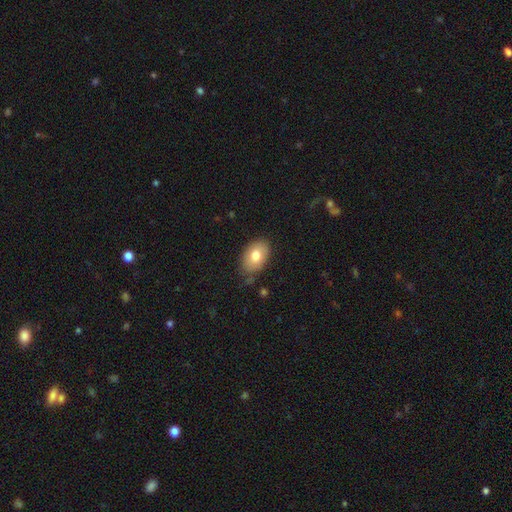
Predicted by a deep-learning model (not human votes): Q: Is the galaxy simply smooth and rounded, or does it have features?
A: smooth — 78%.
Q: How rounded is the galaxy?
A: in between — 87%.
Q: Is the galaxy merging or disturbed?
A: none — 80%.